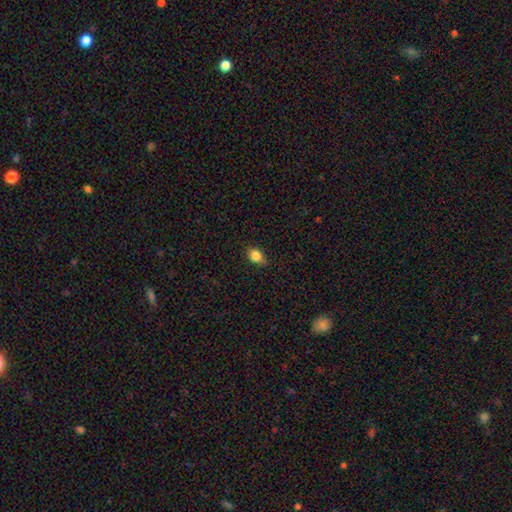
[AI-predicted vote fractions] This is clearly a smooth galaxy (84%). How rounded: likely in between (75%). Merging: clearly none (83%).